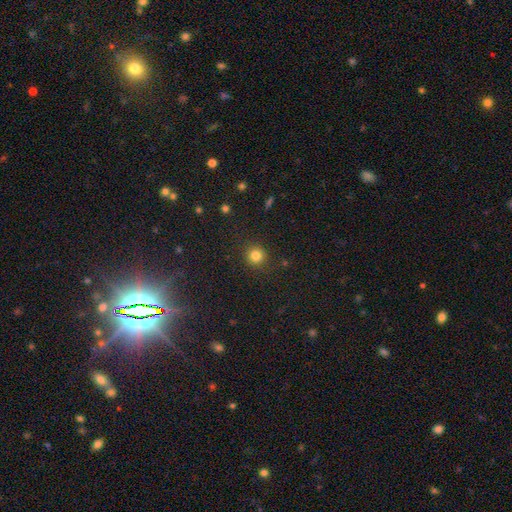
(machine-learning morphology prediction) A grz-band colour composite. It shows a smooth galaxy with no disk features (82%) that is round (94%). Merging: none (90%).